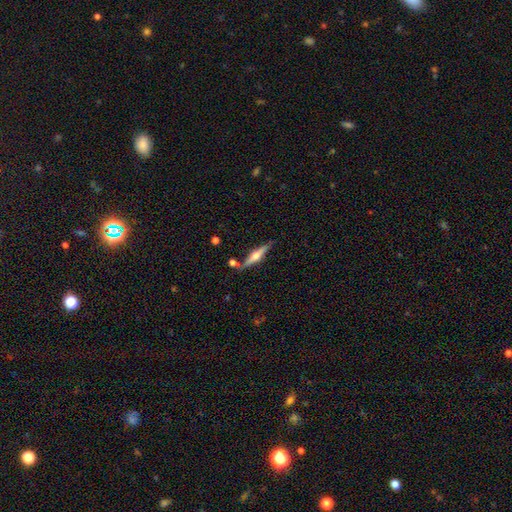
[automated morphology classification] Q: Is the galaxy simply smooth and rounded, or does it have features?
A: featured or disk — 69%.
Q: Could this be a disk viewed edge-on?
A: yes — 97%.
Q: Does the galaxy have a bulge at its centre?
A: rounded — 91%.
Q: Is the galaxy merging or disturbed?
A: none — 77%.